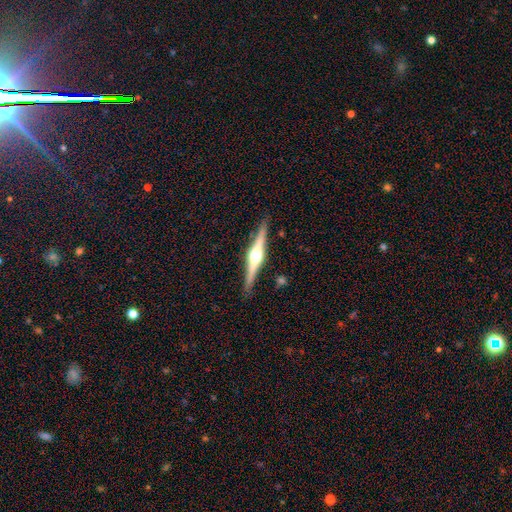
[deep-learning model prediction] This is clearly a featured or disk galaxy (81%). It is clearly viewed edge-on (98%). Edge-on bulge: clearly rounded (95%). Merging: clearly none (90%).